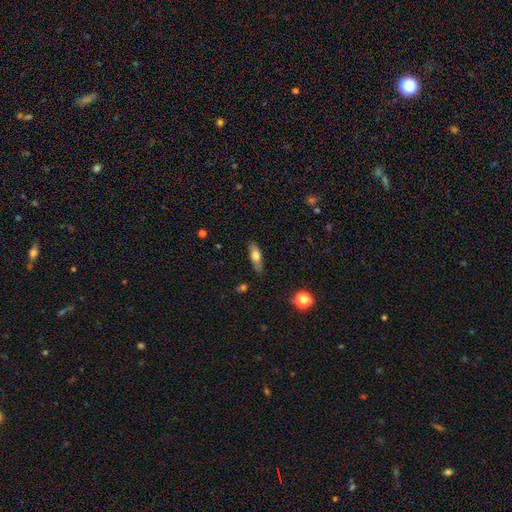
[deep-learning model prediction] Morphology: type=smooth (63%); roundness=in between (59%); merging=none (84%).